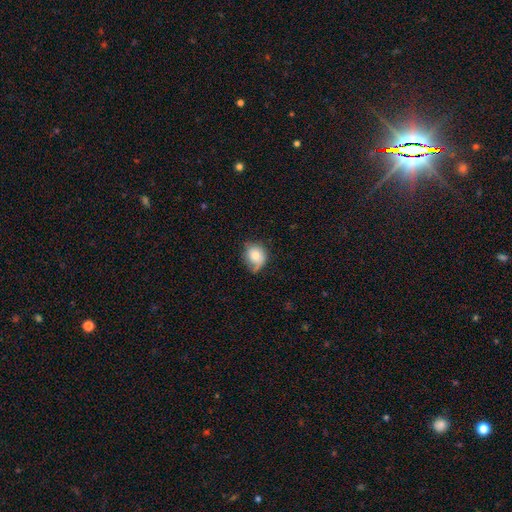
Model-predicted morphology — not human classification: smooth 74%, featured or disk 17%, star or artifact 9%. Down the decision tree: how rounded — round (72%); merging — none (52%).